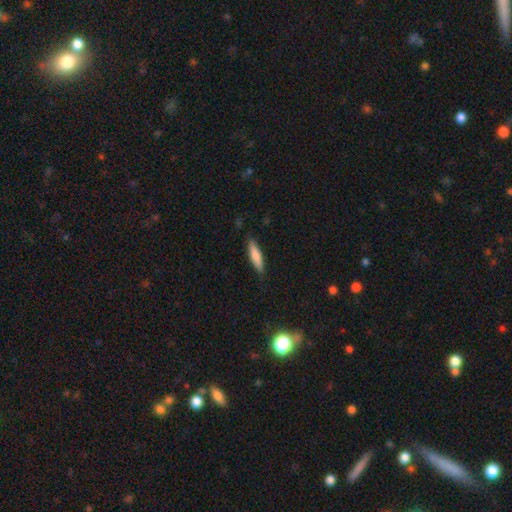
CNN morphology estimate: Q: Smooth or featured?
A: smooth (78%); runner-up: featured or disk (17%)
Q: How rounded?
A: cigar-shaped (74%); runner-up: in between (25%)
Q: Merging?
A: none (86%); runner-up: minor disturbance (11%)